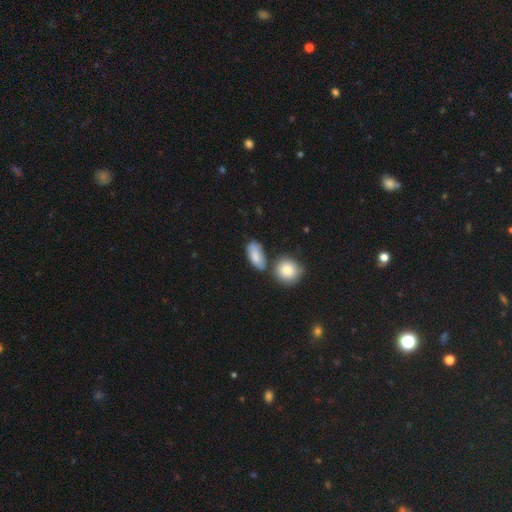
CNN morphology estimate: A smooth galaxy with no disk features (79%) that is in between round and cigar-shaped (86%). Merging: none (57%).